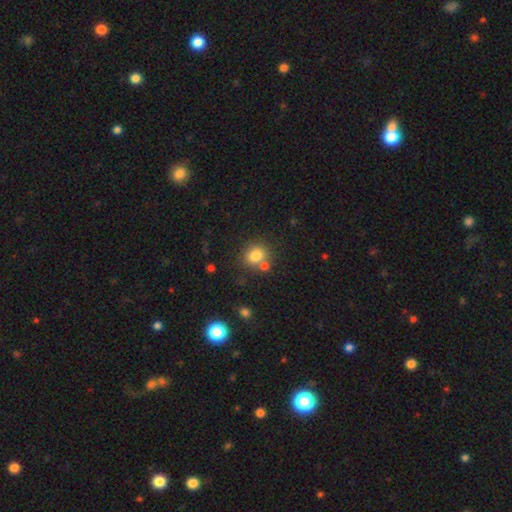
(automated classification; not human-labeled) The model was most divided on "how rounded": round: 70%, in between: 29%, cigar-shaped: 1%. More confident: smooth or featured — smooth (80%); merging — none (66%).